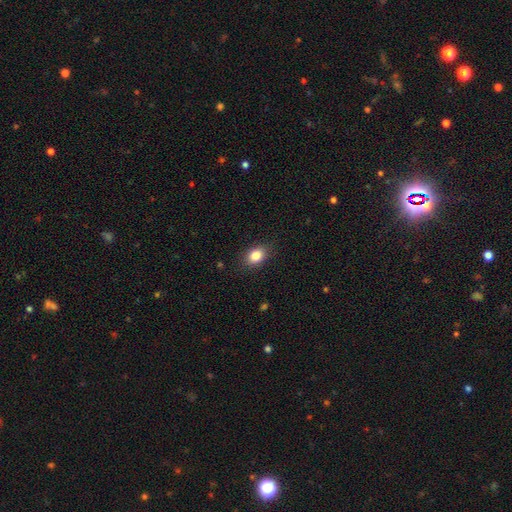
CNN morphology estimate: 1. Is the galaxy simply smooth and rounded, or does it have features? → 84% smooth, 9% star or artifact, 6% featured or disk.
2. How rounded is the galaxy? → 66% in between, 33% round, 1% cigar-shaped.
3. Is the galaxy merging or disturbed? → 86% none, 10% minor disturbance, 3% major disturbance, 1% merger.